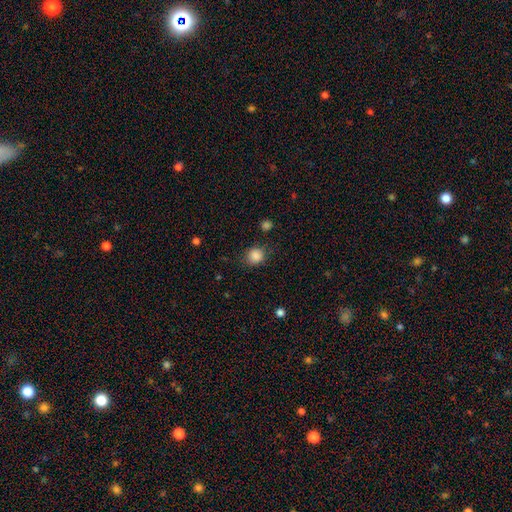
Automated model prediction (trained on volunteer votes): Morphology: type=smooth (86%); roundness=round (81%); merging=none (79%).